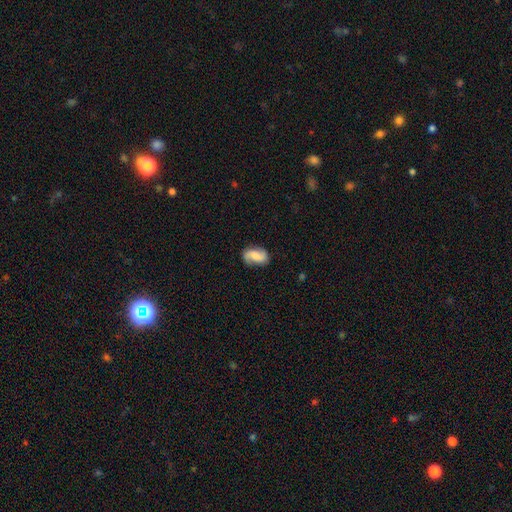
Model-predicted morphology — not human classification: featured or disk 53%, smooth 39%, star or artifact 8%. Down the decision tree: edge-on disk — no (96%); bar — no (52%); spiral arms — yes (92%); bulge size — moderate (42%); merging — none (76%).